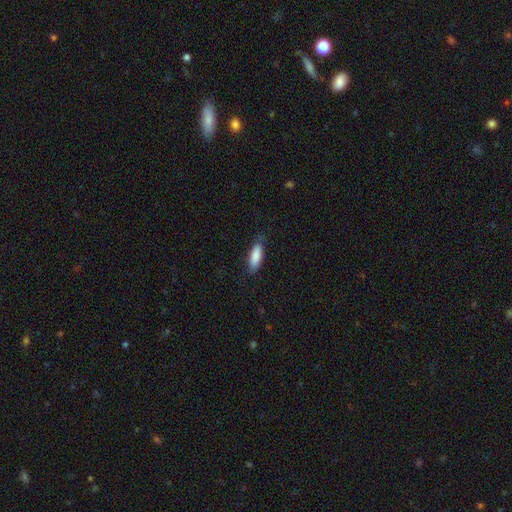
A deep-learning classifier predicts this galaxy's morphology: smooth 86%, featured or disk 8%, star or artifact 6%. Down the decision tree: how rounded — in between (68%); merging — none (78%).